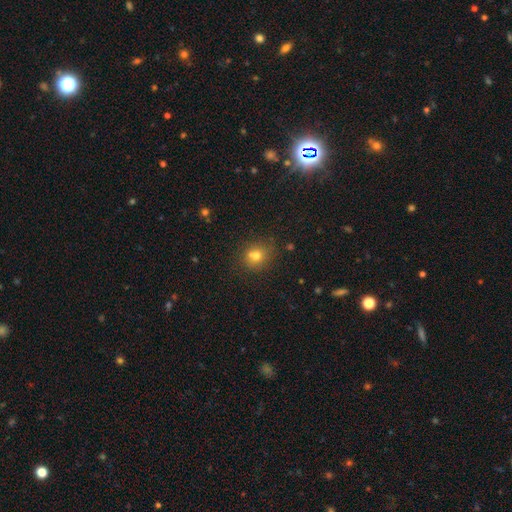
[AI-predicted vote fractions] The model was most divided on "merging": none: 63%, merger: 19%, minor disturbance: 14%, major disturbance: 4%. More confident: how rounded — round (73%); smooth or featured — smooth (72%).